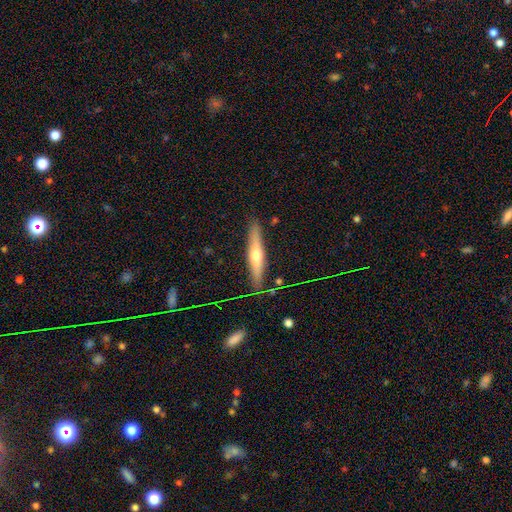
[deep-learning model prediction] The model was most divided on "smooth or featured": featured or disk: 56%, smooth: 37%, star or artifact: 6%. More confident: edge-on disk — yes (94%); edge-on bulge — rounded (87%); merging — none (86%).